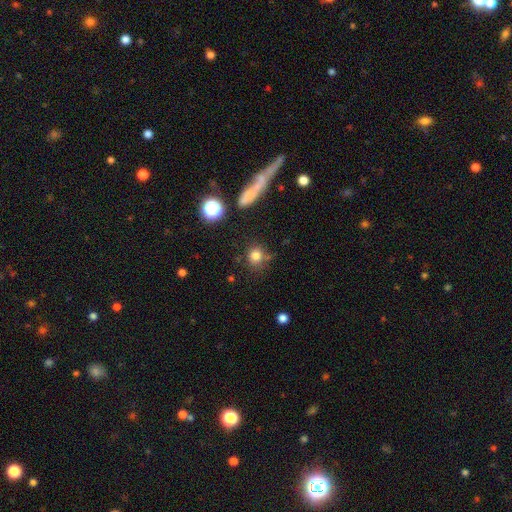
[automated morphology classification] Smooth or featured?
  - smooth: 78% *
  - star or artifact: 15%
  - featured or disk: 7%
How rounded?
  - round: 84% *
  - in between: 14%
  - cigar-shaped: 2%
Merging?
  - none: 76% *
  - minor disturbance: 13%
  - merger: 6%
  - major disturbance: 5%